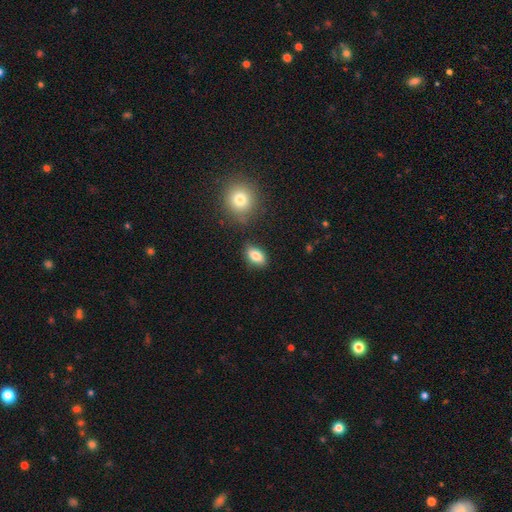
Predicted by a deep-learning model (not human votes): smooth 83%, featured or disk 9%, star or artifact 8%. Down the decision tree: how rounded — in between (88%); merging — none (81%).